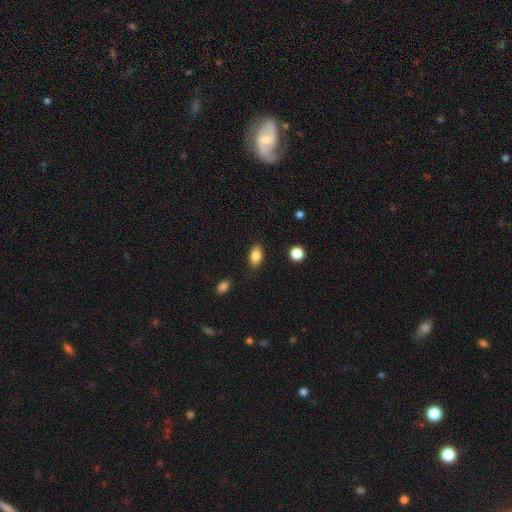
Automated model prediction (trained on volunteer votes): A smooth galaxy with no disk features (84%) that is in between round and cigar-shaped (89%). Merging: none (85%).